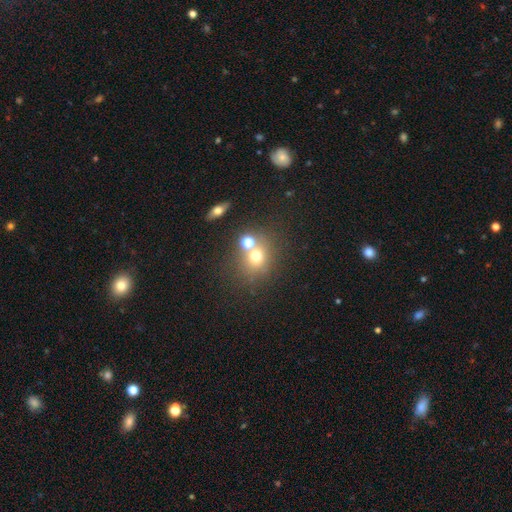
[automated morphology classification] This appears to be a smooth galaxy with no disk features (65%) that is round (76%). Merging: none (56%).